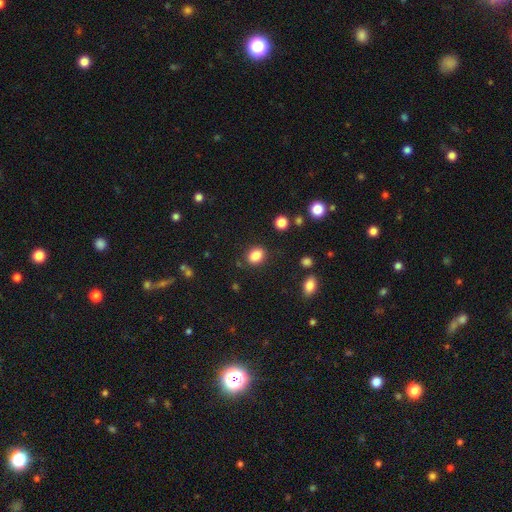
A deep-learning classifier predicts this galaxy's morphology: smooth-or-featured: smooth: 85% | star or artifact: 10% | featured or disk: 5%
  how-rounded: in between: 59% | round: 40% | cigar-shaped: 1%
  merging: none: 85% | minor disturbance: 10% | major disturbance: 3% | merger: 2%